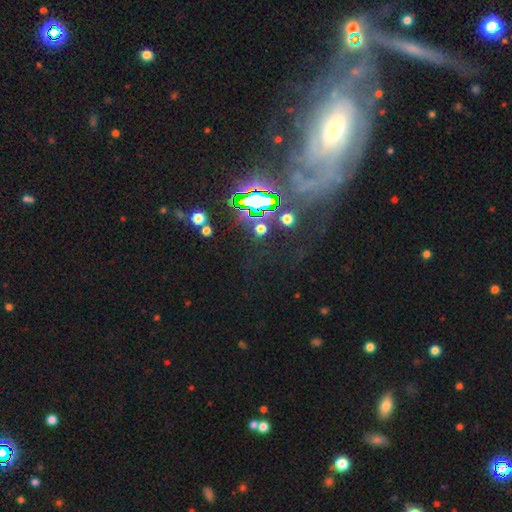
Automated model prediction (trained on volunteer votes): Overall: featured or disk (55%; star or artifact 30%). Edge-on disk: no (86%). Merging: none (59%).